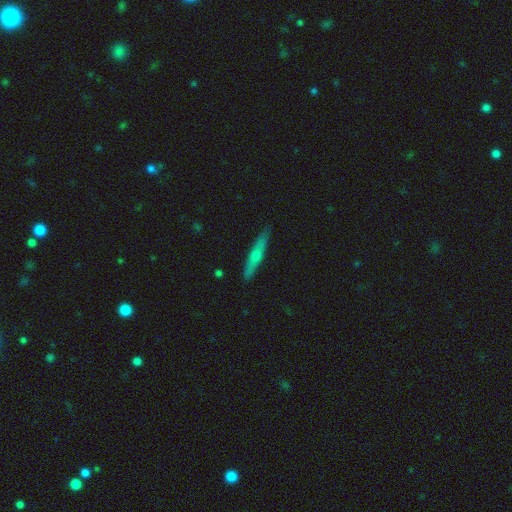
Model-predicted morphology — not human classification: Smooth or featured: featured or disk — 51% (smooth — 42%)
Edge-on disk: yes — 92% (no — 8%)
Merging: none — 89% (minor disturbance — 8%)